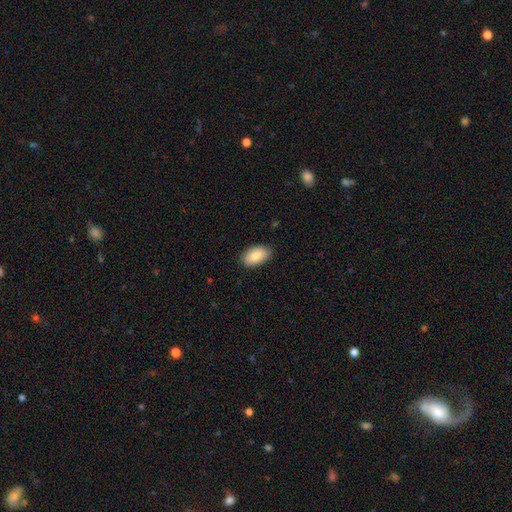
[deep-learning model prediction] Smooth or featured: smooth — 84% (featured or disk — 9%)
How rounded: in between — 94% (round — 5%)
Merging: none — 85% (minor disturbance — 12%)